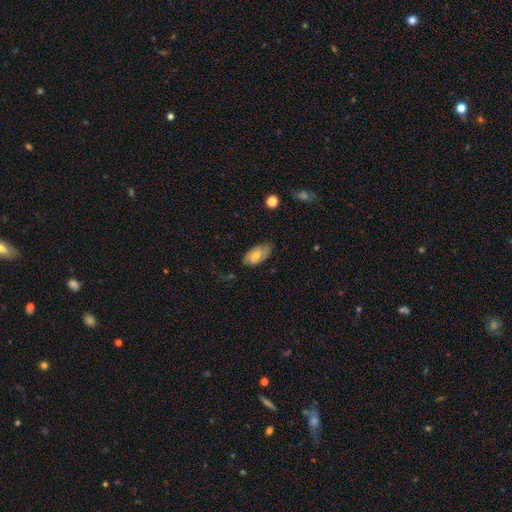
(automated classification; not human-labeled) This appears to be a smooth galaxy with no disk features (58%) that is in between round and cigar-shaped (93%). Merging: none (69%).